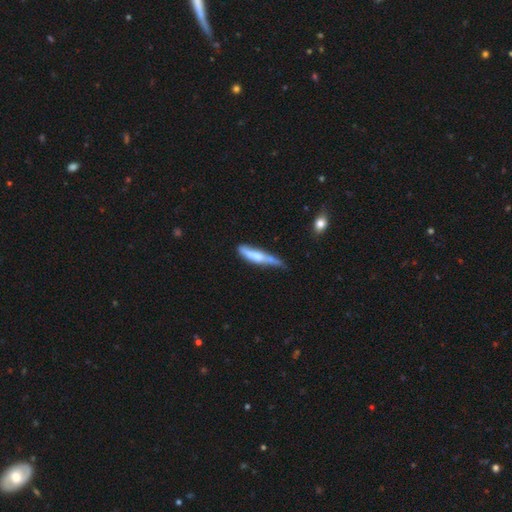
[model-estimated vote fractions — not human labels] Q: Smooth or featured?
A: smooth (57%); runner-up: featured or disk (36%)
Q: How rounded?
A: cigar-shaped (84%); runner-up: in between (14%)
Q: Merging?
A: minor disturbance (39%); runner-up: none (35%)